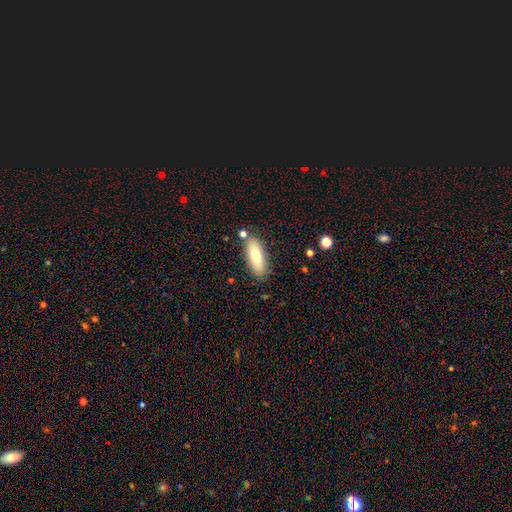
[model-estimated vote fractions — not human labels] Smooth or featured? smooth (75%)
How rounded? in between (72%)
Merging? none (81%)